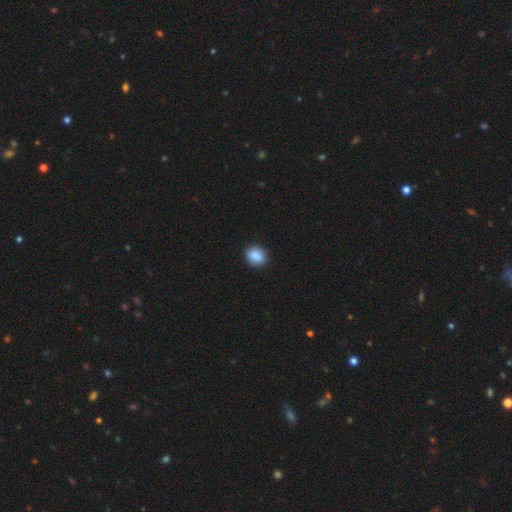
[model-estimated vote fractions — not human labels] Q: Smooth or featured?
A: smooth (89%); runner-up: star or artifact (8%)
Q: How rounded?
A: round (68%); runner-up: in between (31%)
Q: Merging?
A: none (90%); runner-up: minor disturbance (7%)